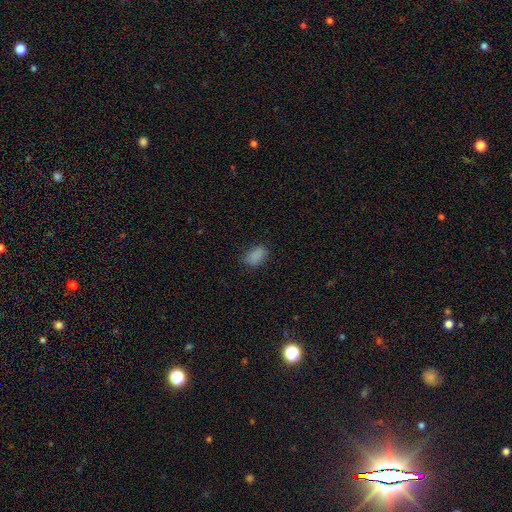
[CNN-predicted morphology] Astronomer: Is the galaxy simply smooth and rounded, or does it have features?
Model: smooth — 86%.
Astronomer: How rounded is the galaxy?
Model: in between — 89%.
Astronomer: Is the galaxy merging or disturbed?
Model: none — 81%.